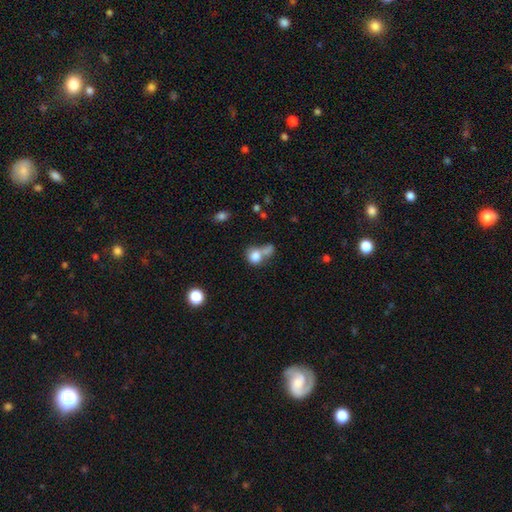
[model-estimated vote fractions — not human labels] smooth 79%, featured or disk 10%, star or artifact 10%. Down the decision tree: how rounded — round (70%); merging — merger (51%).